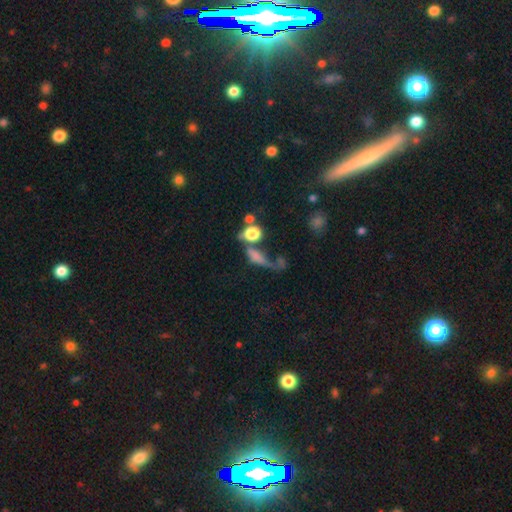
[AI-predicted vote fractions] A smooth galaxy with no disk features (51%) that is in between round and cigar-shaped (44%). Merging: none (29%, tied with major disturbance and merger).